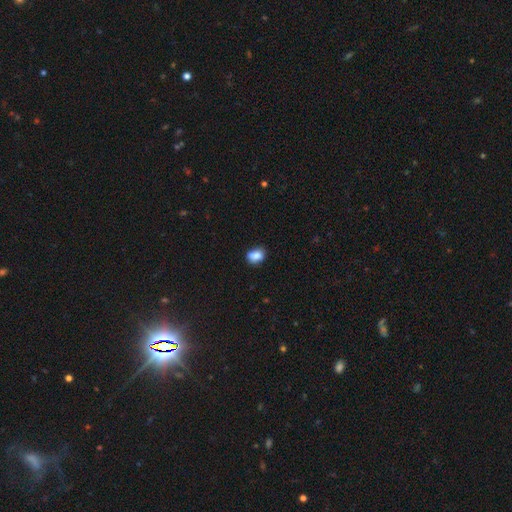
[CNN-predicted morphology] The model was most divided on "how rounded": in between: 63%, round: 35%, cigar-shaped: 1%. More confident: smooth or featured — smooth (84%); merging — none (65%).